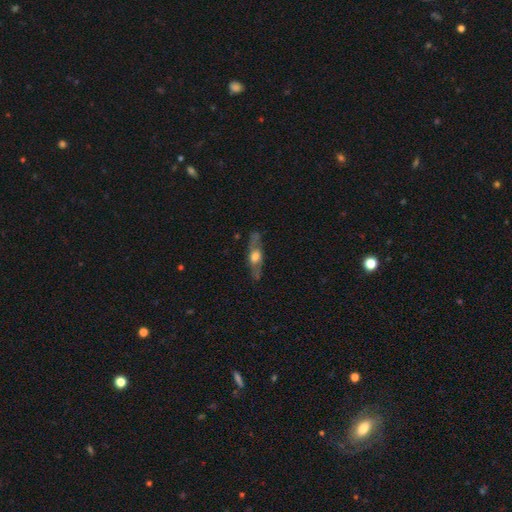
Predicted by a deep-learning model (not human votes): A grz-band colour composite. It shows a featured or disk galaxy (60%) viewed edge-on (74%). Merging: none (79%).